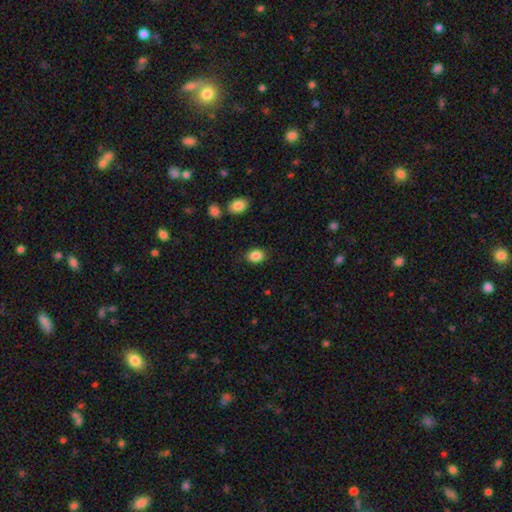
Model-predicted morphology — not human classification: Smooth or featured?
  - smooth: 87% *
  - star or artifact: 8%
  - featured or disk: 4%
How rounded?
  - in between: 69% *
  - round: 30%
  - cigar-shaped: 1%
Merging?
  - none: 85% *
  - minor disturbance: 11%
  - major disturbance: 3%
  - merger: 2%